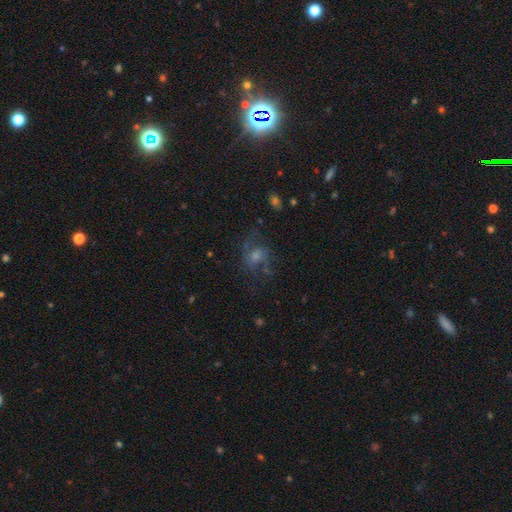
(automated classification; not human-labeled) This appears to be a featured or disk galaxy (56%) with no bar (56%), spiral arms (83%) and a moderate central bulge (44%). Merging: none (62%).